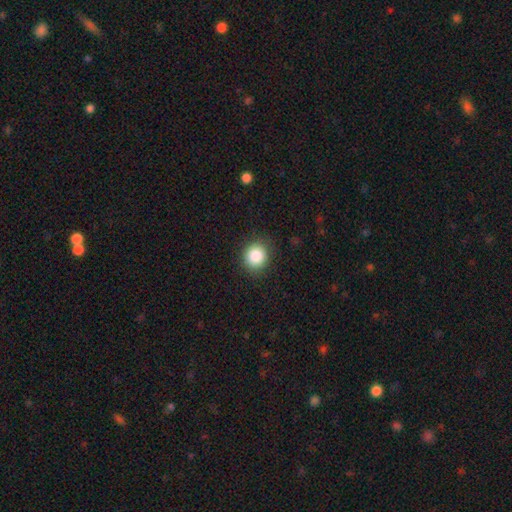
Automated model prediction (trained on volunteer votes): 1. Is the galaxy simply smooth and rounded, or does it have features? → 86% smooth, 9% star or artifact, 5% featured or disk.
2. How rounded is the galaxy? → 85% round, 14% in between, 1% cigar-shaped.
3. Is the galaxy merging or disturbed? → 87% none, 9% minor disturbance, 3% major disturbance, 1% merger.